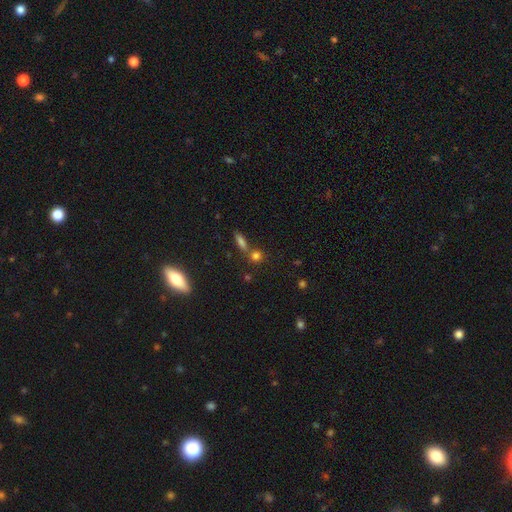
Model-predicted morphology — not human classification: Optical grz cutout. It shows a smooth galaxy with no disk features (74%) that is round (70%). Merging: none (61%).